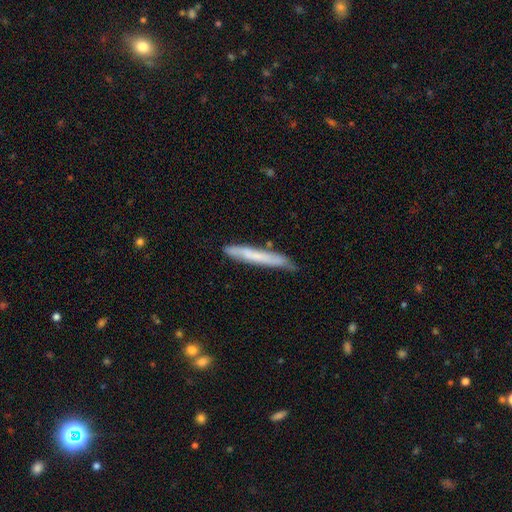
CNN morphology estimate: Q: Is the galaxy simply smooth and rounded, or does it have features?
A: smooth — 59%.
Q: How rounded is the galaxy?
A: cigar-shaped — 95%.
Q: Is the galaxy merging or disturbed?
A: none — 78%.